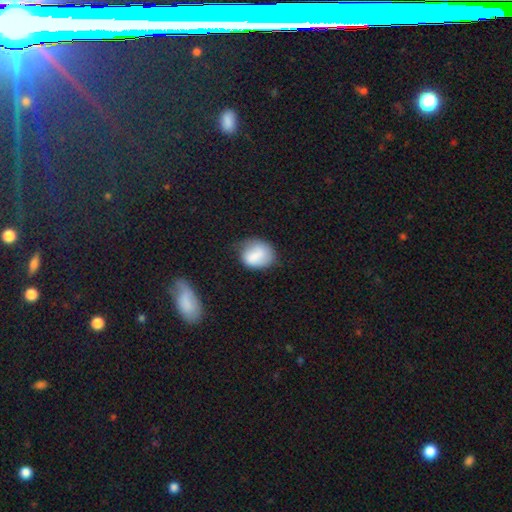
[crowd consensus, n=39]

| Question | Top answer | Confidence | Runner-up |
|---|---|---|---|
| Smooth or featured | smooth | 79% | featured or disk (13%) |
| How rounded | in between | 55% | round (45%) |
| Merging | none | 47% | minor disturbance (42%) |